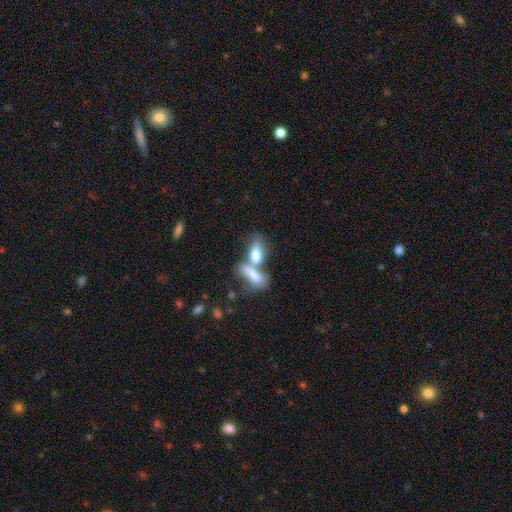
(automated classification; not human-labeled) The model was most divided on "merging": merger: 67%, none: 18%, major disturbance: 8%, minor disturbance: 7%. More confident: how rounded — in between (82%); smooth or featured — smooth (74%).